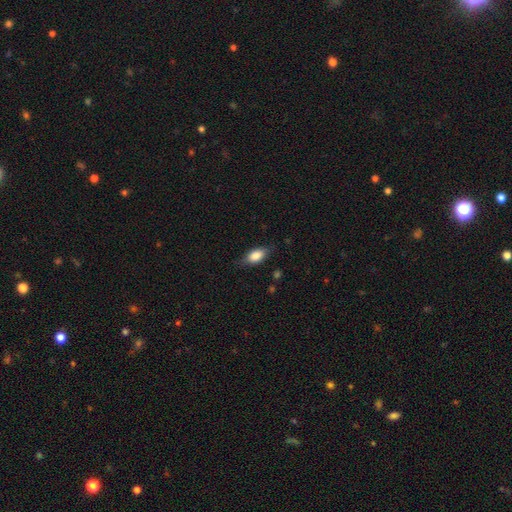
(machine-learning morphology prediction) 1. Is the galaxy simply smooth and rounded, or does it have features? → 80% smooth, 13% featured or disk, 7% star or artifact.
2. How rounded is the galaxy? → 86% in between, 9% cigar-shaped, 5% round.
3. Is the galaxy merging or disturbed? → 76% none, 19% minor disturbance, 4% major disturbance, 1% merger.